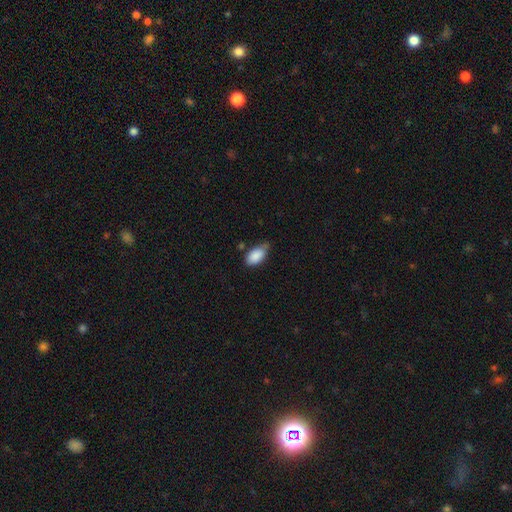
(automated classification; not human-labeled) smooth_or_featured: smooth (p=0.88) [alt: star or artifact p=0.07]
how_rounded: in between (p=0.93) [alt: round p=0.04]
merging: none (p=0.54) [alt: minor disturbance p=0.37]